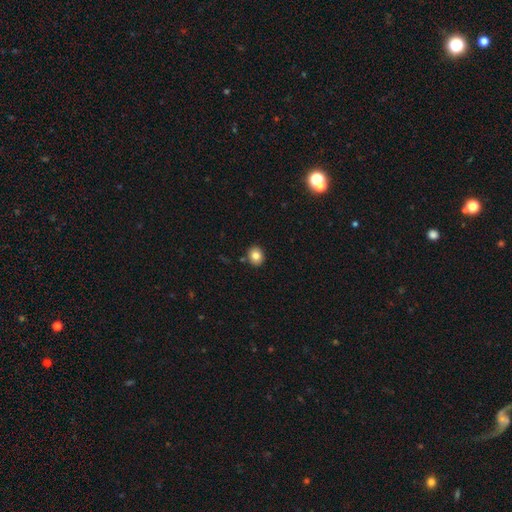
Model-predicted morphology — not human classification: smooth_or_featured: smooth (p=0.82) [alt: star or artifact p=0.10]
how_rounded: round (p=0.62) [alt: in between p=0.37]
merging: none (p=0.87) [alt: minor disturbance p=0.08]